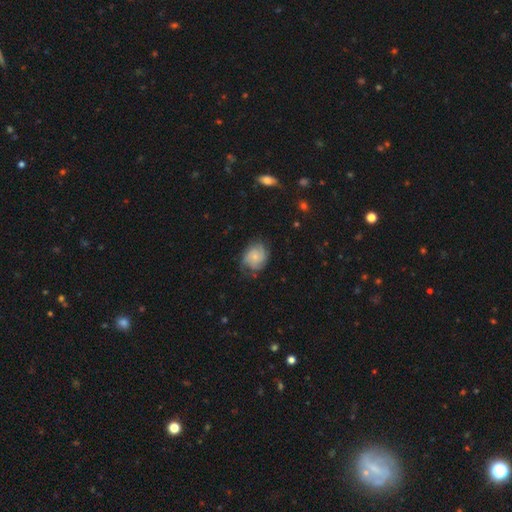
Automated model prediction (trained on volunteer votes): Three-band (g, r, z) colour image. It shows a featured or disk galaxy (59%) with no bar (79%), tight (52%) spiral arms (89%) and a small central bulge (70%). Merging: none (61%).